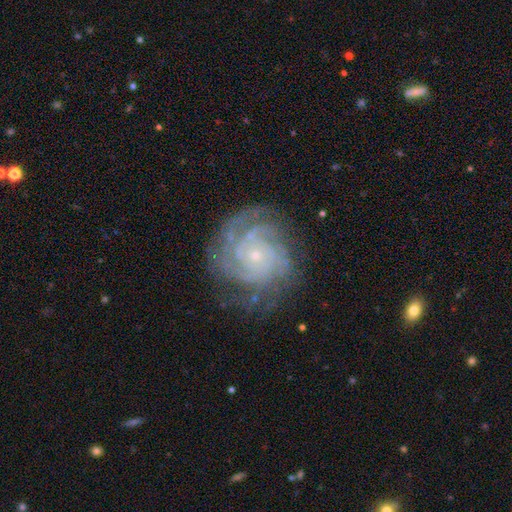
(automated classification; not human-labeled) Morphology: type=featured or disk (88%); edge-on=no (98%); bar=no (79%); spiral arms=yes (98%); winding=tight (77%); arm count=4 (27%); bulge=small (83%); merging=none (75%).